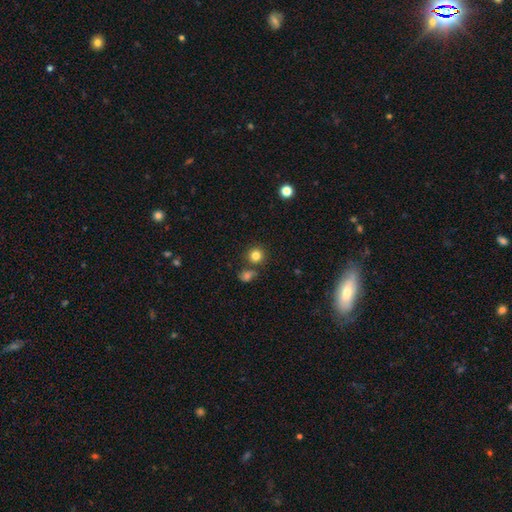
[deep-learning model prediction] This appears to be a smooth galaxy with no disk features (81%) that is round (91%). Merging: none (77%).